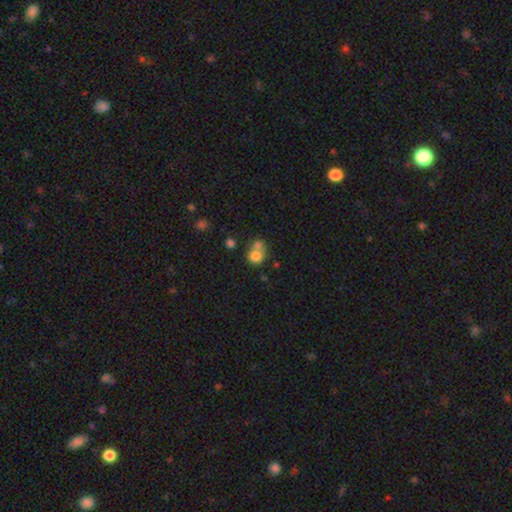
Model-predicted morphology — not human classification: This appears to be a smooth galaxy with no disk features (77%) that is round (76%). Merging: merger (51%).